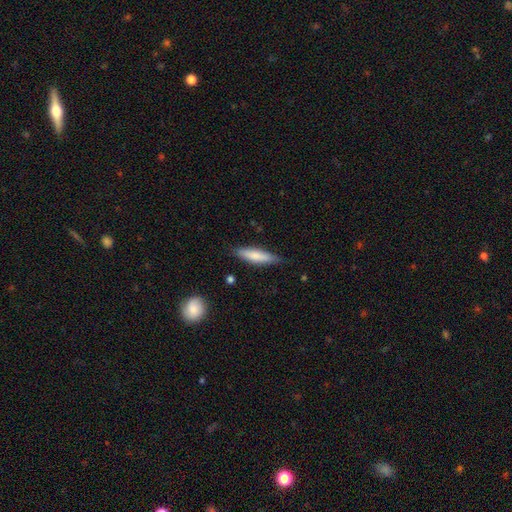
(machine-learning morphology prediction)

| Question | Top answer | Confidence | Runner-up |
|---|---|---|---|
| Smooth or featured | smooth | 76% | featured or disk (19%) |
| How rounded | cigar-shaped | 74% | in between (24%) |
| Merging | none | 82% | minor disturbance (14%) |